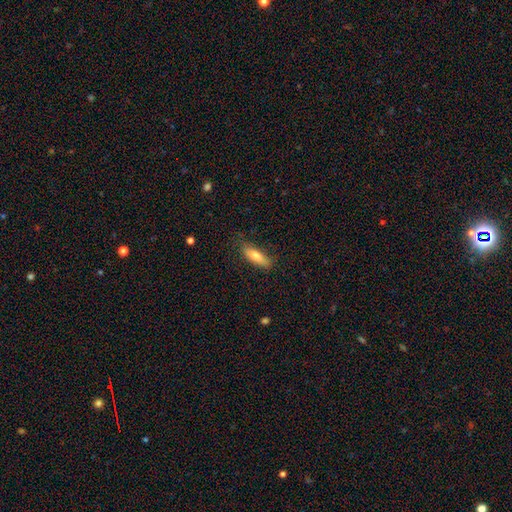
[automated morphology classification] smooth_or_featured: smooth (p=0.76) [alt: featured or disk p=0.18]
how_rounded: in between (p=0.49) [tied with: cigar-shaped p=0.49]
merging: none (p=0.79) [alt: minor disturbance p=0.16]